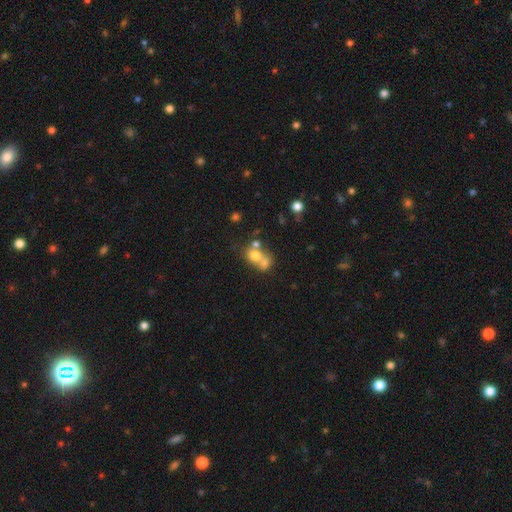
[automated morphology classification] Overall: smooth (67%). How rounded: round (64%; in between 35%). Merging: merger (62%; none 26%).